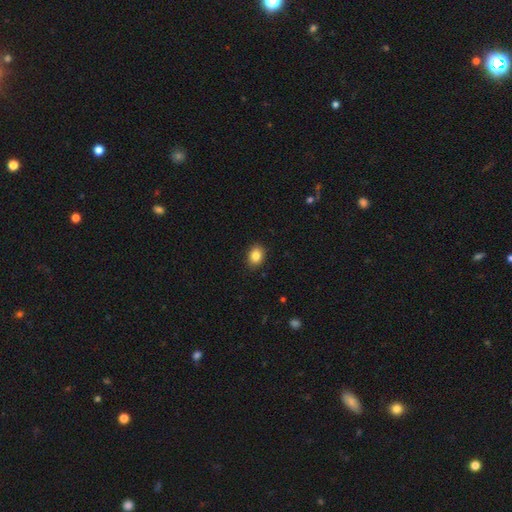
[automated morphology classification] Overall: smooth (85%). How rounded: in between (61%; round 38%). Merging: none (89%).